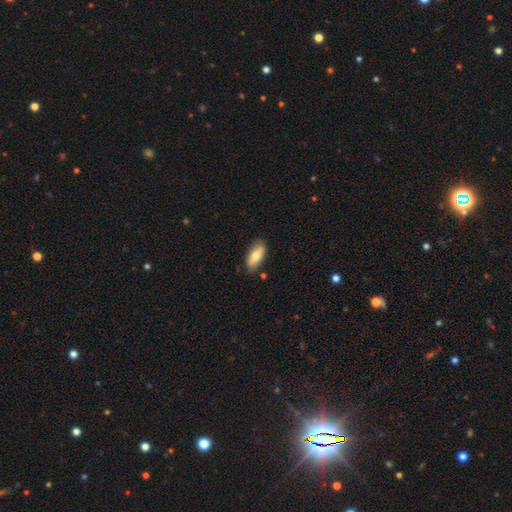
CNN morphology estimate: type=smooth (74%); roundness=in between (86%); merging=none (83%).